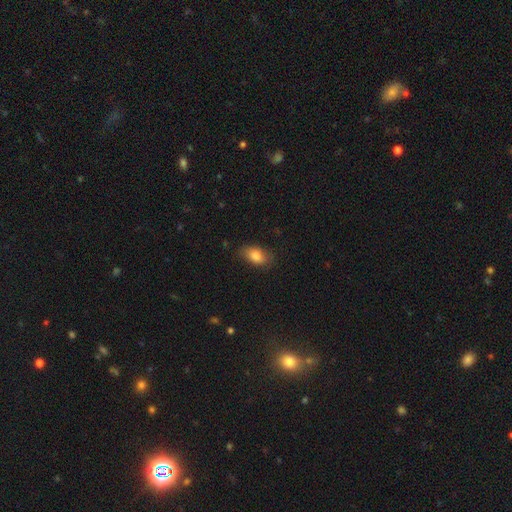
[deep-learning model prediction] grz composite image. It shows a smooth galaxy with no disk features (83%) that is in between round and cigar-shaped (88%). Merging: none (77%).